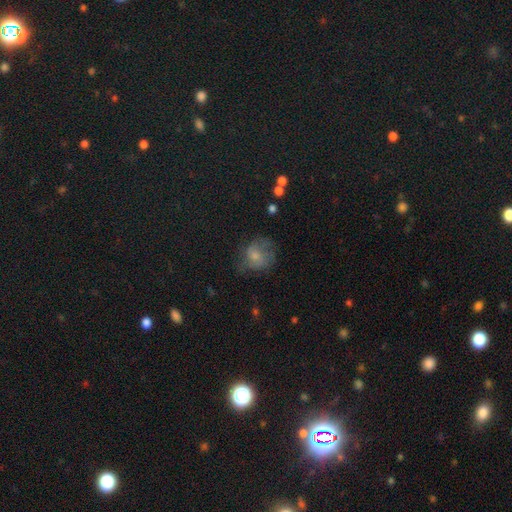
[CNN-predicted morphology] A smooth galaxy with no disk features (63%) that is round (69%). Merging: none (46%).